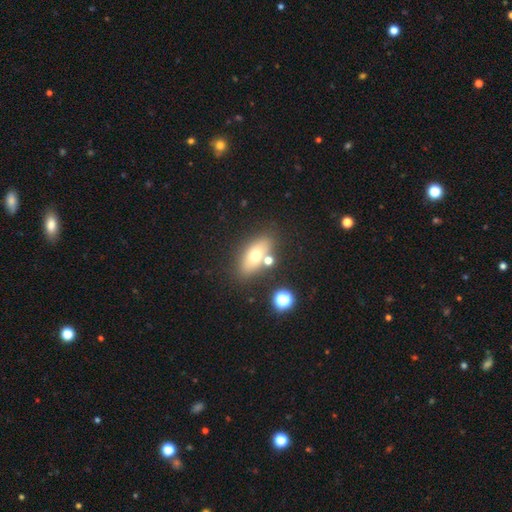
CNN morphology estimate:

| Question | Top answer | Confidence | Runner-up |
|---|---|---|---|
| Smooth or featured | smooth | 64% | featured or disk (24%) |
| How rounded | in between | 79% | cigar-shaped (11%) |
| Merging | none | 72% | merger (12%) |